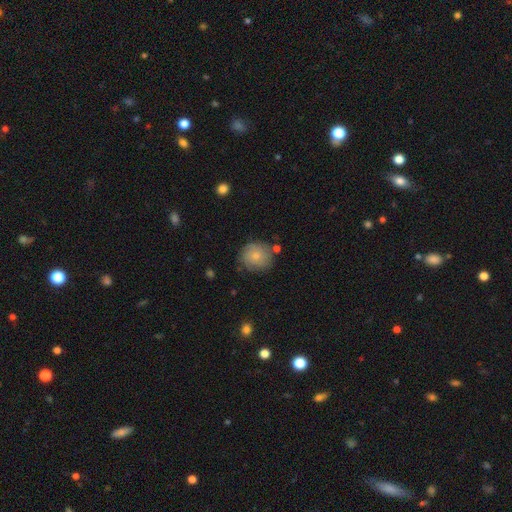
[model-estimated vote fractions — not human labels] This appears to be a smooth galaxy with no disk features (72%) that is round (86%). Merging: none (74%).